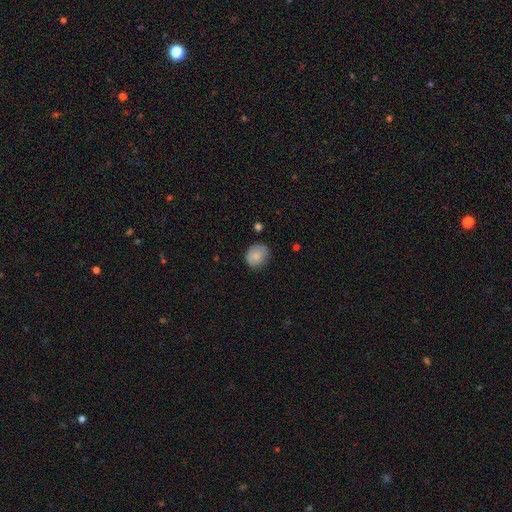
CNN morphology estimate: Smooth or featured?
  - smooth: 82% *
  - featured or disk: 10%
  - star or artifact: 8%
How rounded?
  - round: 61% *
  - in between: 38%
  - cigar-shaped: 1%
Merging?
  - none: 73% *
  - minor disturbance: 21%
  - major disturbance: 4%
  - merger: 2%